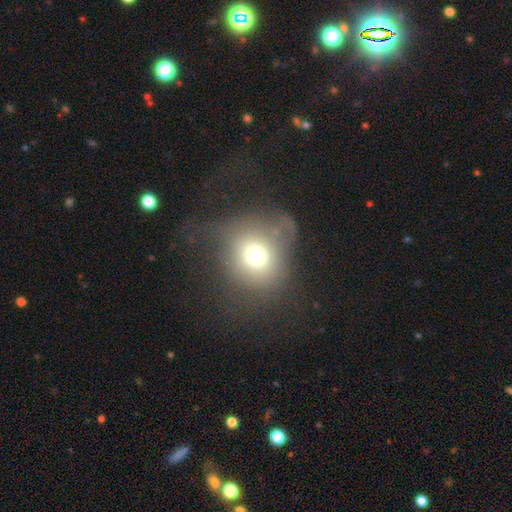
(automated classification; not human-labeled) Smooth or featured? Predicted: smooth (p=0.68). How rounded? Predicted: round (p=0.79). Merging? Predicted: none (p=0.49).